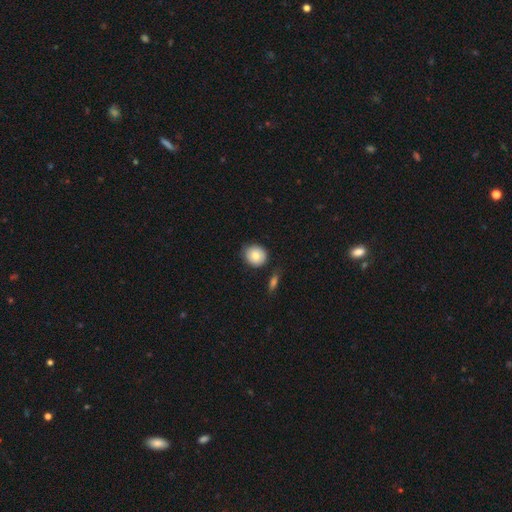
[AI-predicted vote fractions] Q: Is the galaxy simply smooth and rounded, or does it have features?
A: smooth — 80%.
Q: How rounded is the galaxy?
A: round — 82%.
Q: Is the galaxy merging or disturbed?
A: none — 75%.